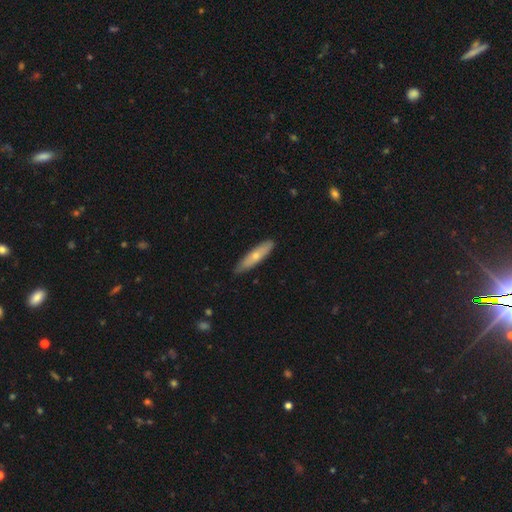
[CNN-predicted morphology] This appears to be a smooth galaxy with no disk features (59%) that is cigar-shaped (75%). Merging: none (81%).